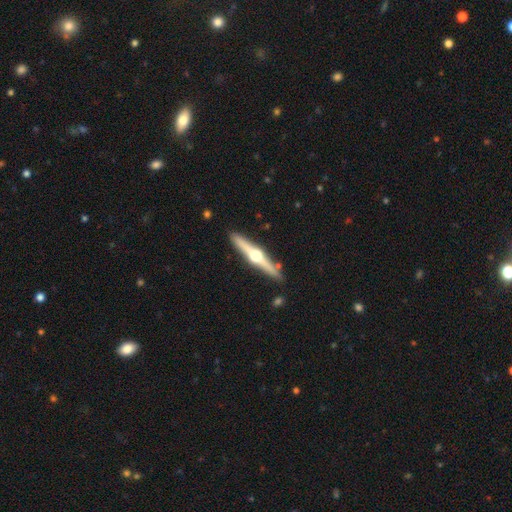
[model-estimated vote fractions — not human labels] Smooth or featured: featured or disk — 77% (smooth — 18%)
Edge-on disk: yes — 98% (no — 2%)
Edge-on bulge: rounded — 97% (boxy — 2%)
Merging: none — 89% (minor disturbance — 7%)